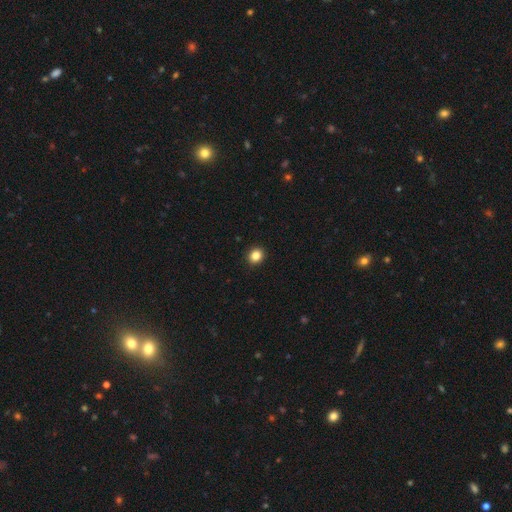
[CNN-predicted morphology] Smooth or featured: smooth — 86% (star or artifact — 11%)
How rounded: round — 79% (in between — 21%)
Merging: none — 92% (minor disturbance — 5%)